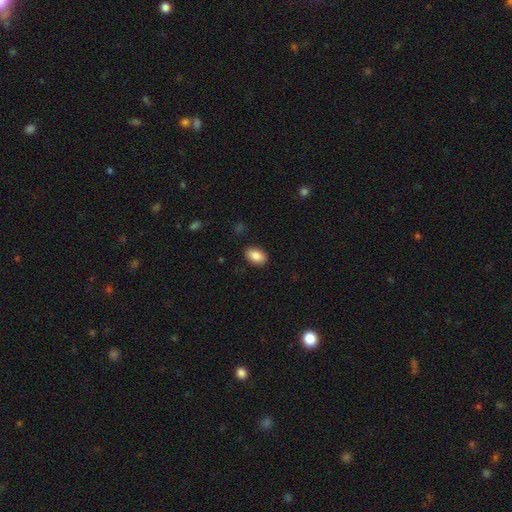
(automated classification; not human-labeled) Smooth or featured: smooth — 86% (star or artifact — 7%)
How rounded: in between — 89% (round — 9%)
Merging: none — 88% (minor disturbance — 9%)